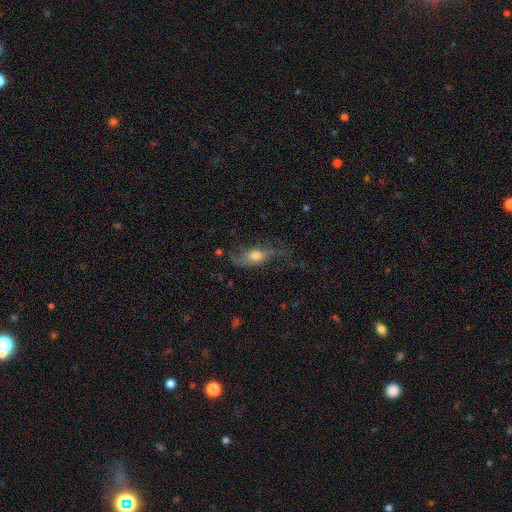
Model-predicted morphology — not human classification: featured or disk 48%, smooth 43%, star or artifact 10%. Down the decision tree: merging — none (45%).